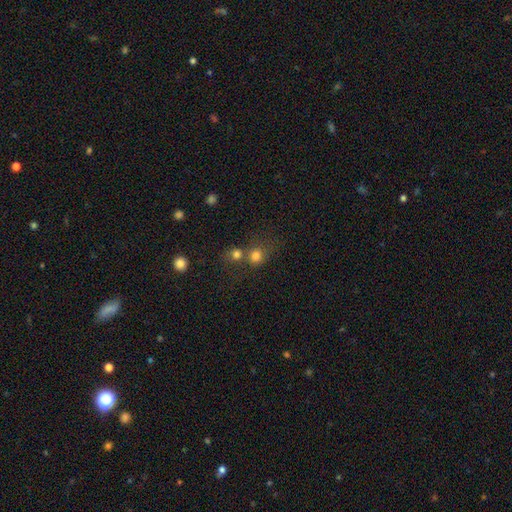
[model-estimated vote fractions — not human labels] Smooth or featured?
  - smooth: 76% *
  - star or artifact: 15%
  - featured or disk: 8%
How rounded?
  - round: 85% *
  - in between: 14%
  - cigar-shaped: 1%
Merging?
  - merger: 44% *
  - none: 43%
  - minor disturbance: 7%
  - major disturbance: 5%